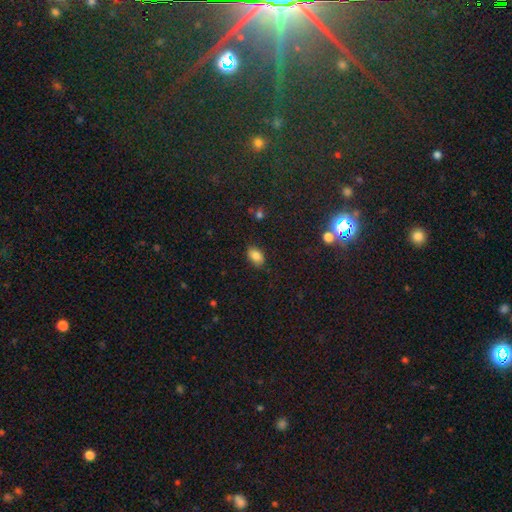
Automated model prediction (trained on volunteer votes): Smooth or featured: smooth — 84% (star or artifact — 10%)
How rounded: in between — 88% (round — 11%)
Merging: none — 82% (minor disturbance — 14%)